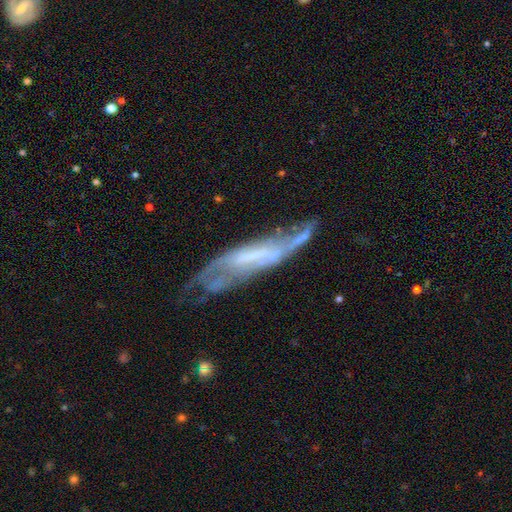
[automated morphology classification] Smooth or featured?
  - featured or disk: 72% *
  - smooth: 19%
  - star or artifact: 9%
Edge-on disk?
  - no: 63% *
  - yes: 37%
Merging?
  - none: 42% *
  - minor disturbance: 27%
  - major disturbance: 24%
  - merger: 7%